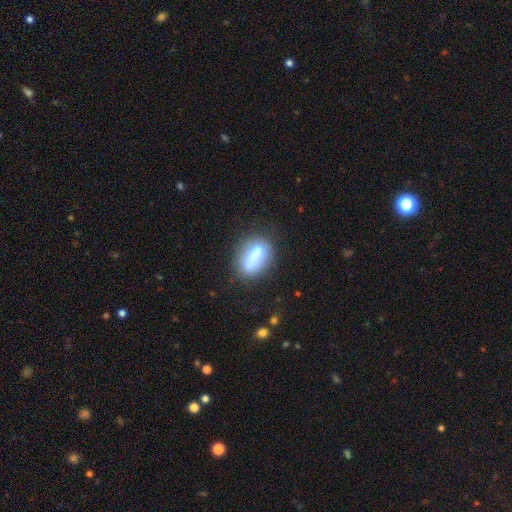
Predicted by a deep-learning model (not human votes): Smooth or featured? smooth (71%)
How rounded? in between (80%)
Merging? none (57%)